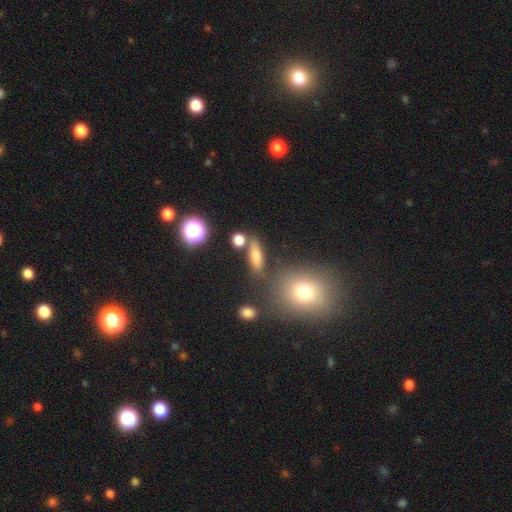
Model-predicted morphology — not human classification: A smooth galaxy with no disk features (68%) that is in between round and cigar-shaped (45%). Merging: none (73%).